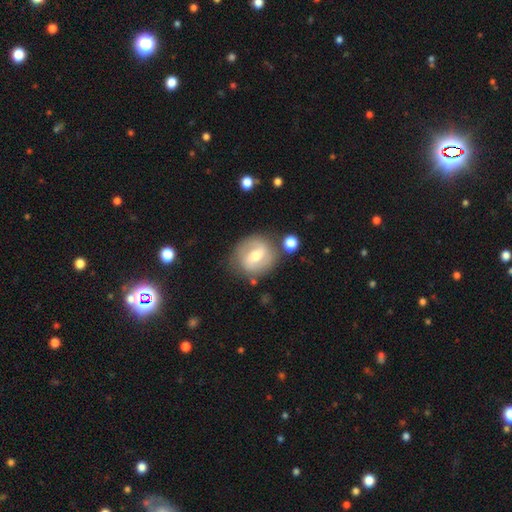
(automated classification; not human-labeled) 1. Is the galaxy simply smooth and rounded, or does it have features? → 67% featured or disk, 27% smooth, 6% star or artifact.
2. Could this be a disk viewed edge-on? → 96% no, 4% yes.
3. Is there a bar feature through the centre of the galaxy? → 48% weak, 32% strong, 20% no.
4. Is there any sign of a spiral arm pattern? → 81% yes, 19% no.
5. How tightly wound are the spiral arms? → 46% medium, 28% tight, 26% loose.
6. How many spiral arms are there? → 84% 2, 9% can't tell, 3% 1, 2% 3, 1% 4, 1% more than 4.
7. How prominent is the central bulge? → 68% moderate, 25% small, 5% large, 1% none, 1% dominant.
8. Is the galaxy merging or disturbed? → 76% none, 14% minor disturbance, 5% merger, 5% major disturbance.